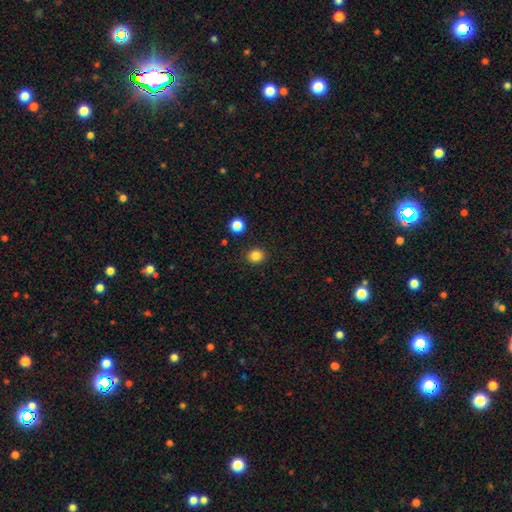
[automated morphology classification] This appears to be a smooth galaxy with no disk features (84%) that is round (85%). Merging: none (91%).